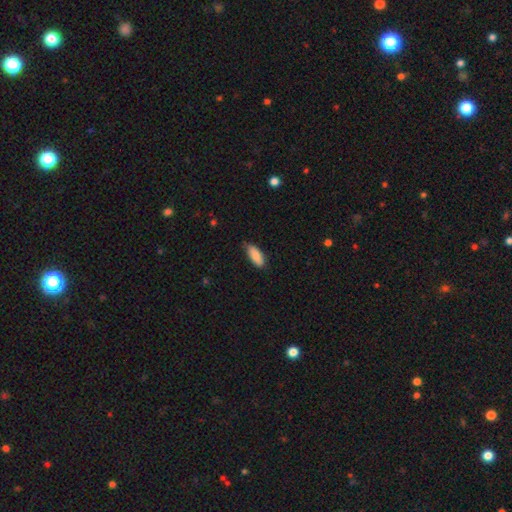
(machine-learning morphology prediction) Smooth or featured?
  - smooth: 86% *
  - featured or disk: 8%
  - star or artifact: 6%
How rounded?
  - in between: 78% *
  - cigar-shaped: 21%
  - round: 2%
Merging?
  - none: 77% *
  - minor disturbance: 20%
  - major disturbance: 3%
  - merger: 1%